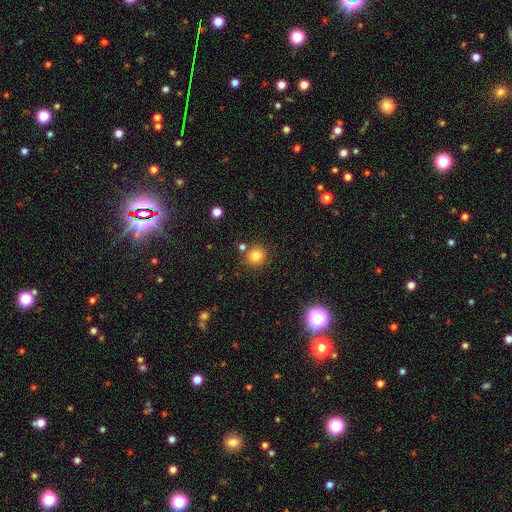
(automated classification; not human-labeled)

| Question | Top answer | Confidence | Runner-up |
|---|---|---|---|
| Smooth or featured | smooth | 81% | star or artifact (13%) |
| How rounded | round | 89% | in between (10%) |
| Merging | none | 80% | minor disturbance (9%) |